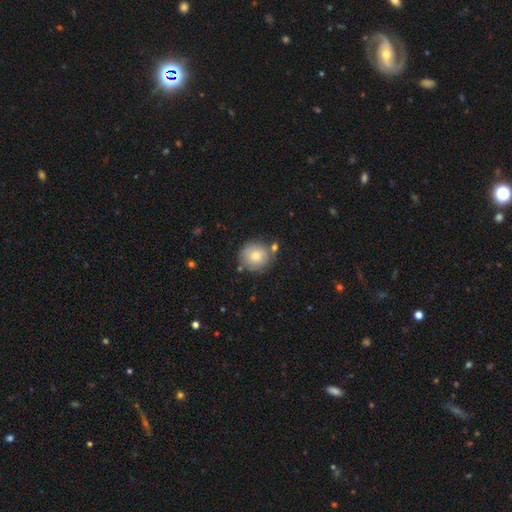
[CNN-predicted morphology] A smooth galaxy with no disk features (75%) that is round (91%).

Vote fractions:
- Smooth or featured? smooth: 75% / featured or disk: 17% / star or artifact: 8%
- How rounded? round: 91% / in between: 8% / cigar-shaped: 1%
- Merging? none: 73% / minor disturbance: 14% / merger: 9% / major disturbance: 4%